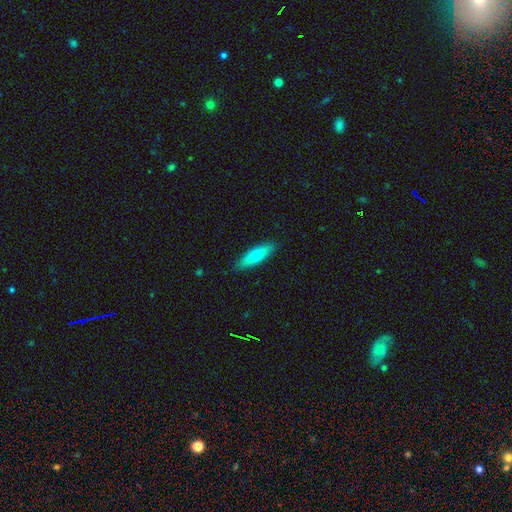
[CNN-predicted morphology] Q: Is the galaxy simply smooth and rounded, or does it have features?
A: smooth — 68%.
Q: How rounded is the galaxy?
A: cigar-shaped — 63%.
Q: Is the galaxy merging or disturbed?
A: none — 89%.